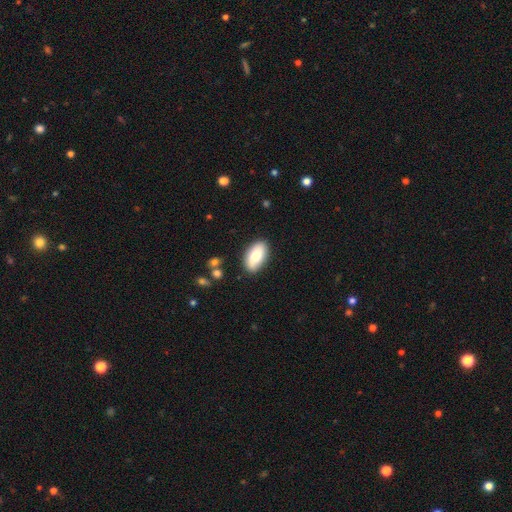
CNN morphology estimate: A smooth galaxy with no disk features (78%) that is in between round and cigar-shaped (94%).

Vote fractions:
- Smooth or featured? smooth: 78% / featured or disk: 16% / star or artifact: 6%
- How rounded? in between: 94% / round: 4% / cigar-shaped: 3%
- Merging? none: 86% / minor disturbance: 10% / major disturbance: 2% / merger: 2%